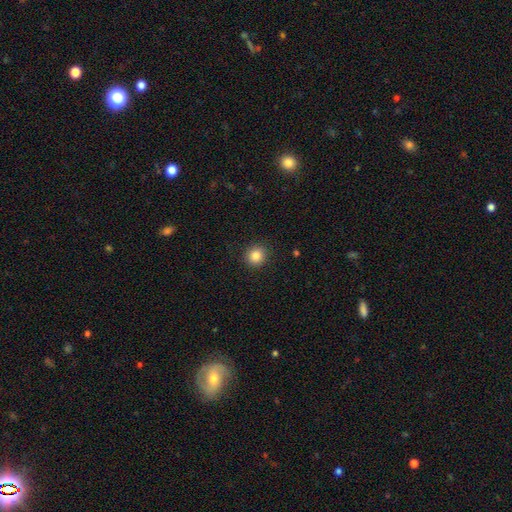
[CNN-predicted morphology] Overall: smooth (86%). How rounded: round (90%). Merging: none (91%).